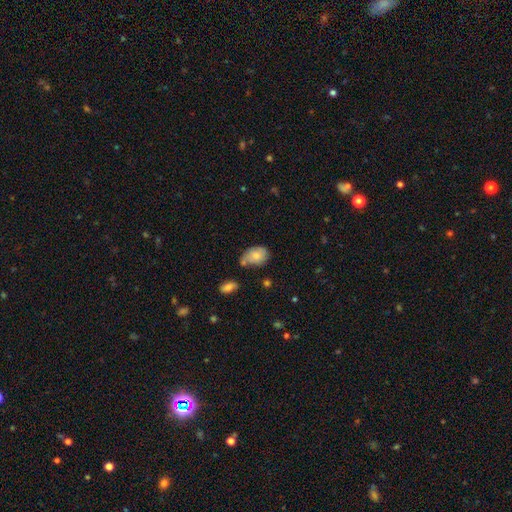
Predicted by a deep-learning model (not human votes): smooth_or_featured: smooth (p=0.73) [alt: featured or disk p=0.19]
how_rounded: in between (p=0.80) [alt: round p=0.18]
merging: none (p=0.46) [alt: minor disturbance p=0.32]